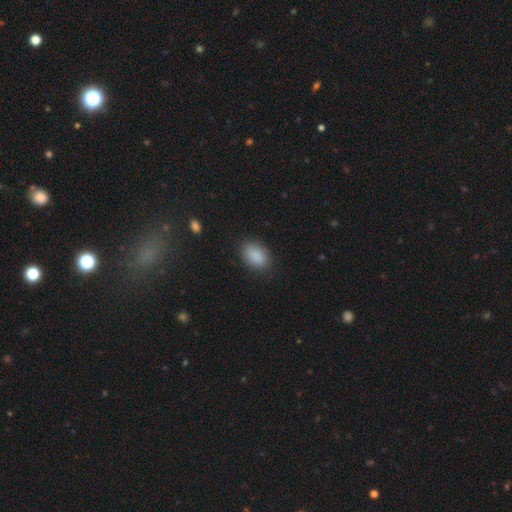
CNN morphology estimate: smooth 88%, star or artifact 8%, featured or disk 4%. Down the decision tree: how rounded — in between (87%); merging — none (84%).